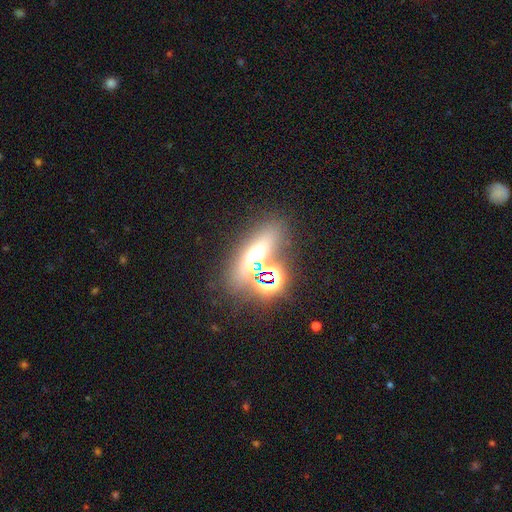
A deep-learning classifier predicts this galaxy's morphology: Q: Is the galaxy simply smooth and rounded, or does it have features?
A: star or artifact — 41%.